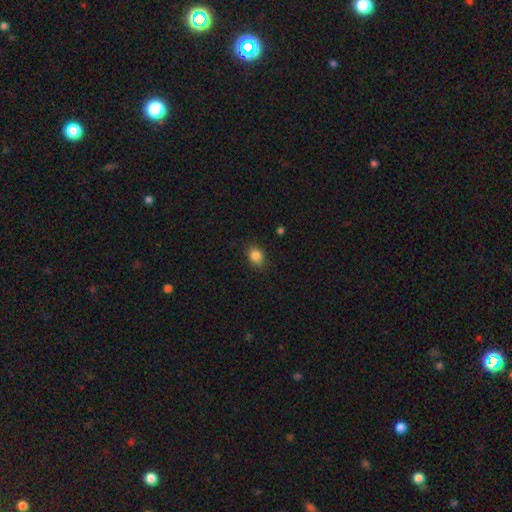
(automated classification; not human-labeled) smooth 85%, star or artifact 10%, featured or disk 5%. Down the decision tree: how rounded — round (57%); merging — none (81%).